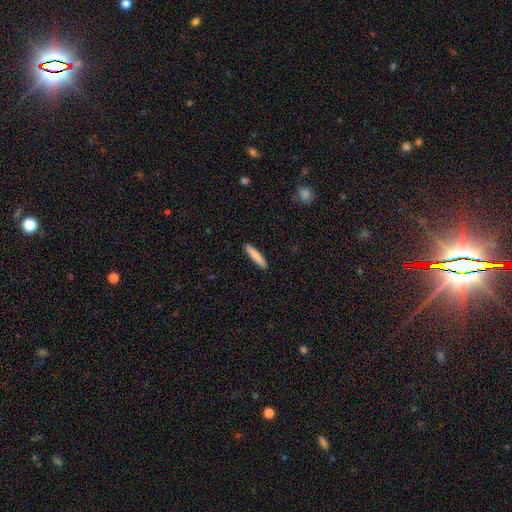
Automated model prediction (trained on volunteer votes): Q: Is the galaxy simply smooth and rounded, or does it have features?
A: smooth — 83%.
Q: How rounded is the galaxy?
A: cigar-shaped — 91%.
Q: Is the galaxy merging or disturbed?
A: none — 91%.